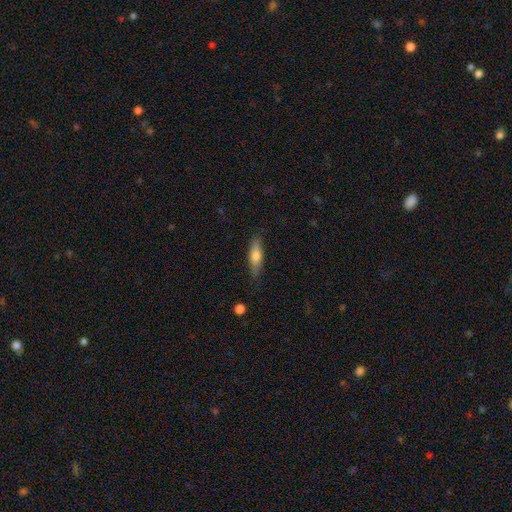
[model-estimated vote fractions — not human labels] smooth-or-featured: smooth: 66% | featured or disk: 28% | star or artifact: 6%
  how-rounded: cigar-shaped: 58% | in between: 40% | round: 2%
  merging: none: 81% | minor disturbance: 15% | major disturbance: 3% | merger: 1%